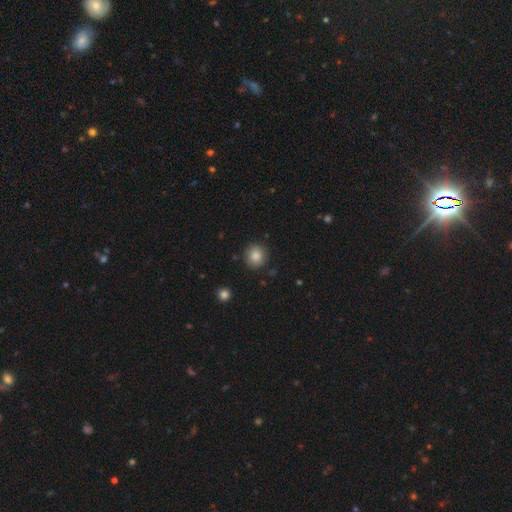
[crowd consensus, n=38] smooth-or-featured: smooth: 87% | featured or disk: 8% | star or artifact: 5%
  how-rounded: round: 94% | in between: 6% | cigar-shaped: 0%
  merging: none: 83% | minor disturbance: 8% | major disturbance: 6% | merger: 3%